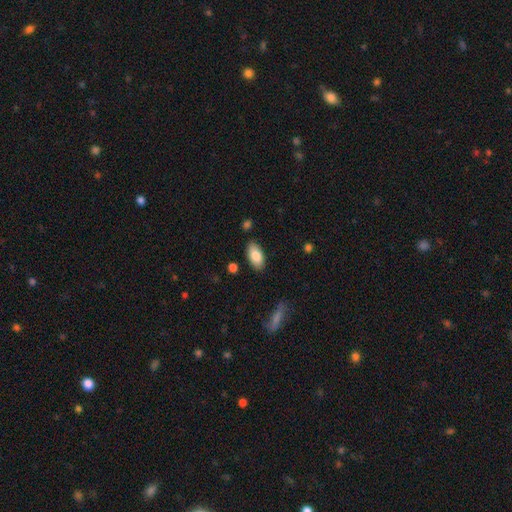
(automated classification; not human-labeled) Smooth or featured? Predicted: smooth (p=0.84). How rounded? Predicted: in between (p=0.93). Merging? Predicted: none (p=0.85).